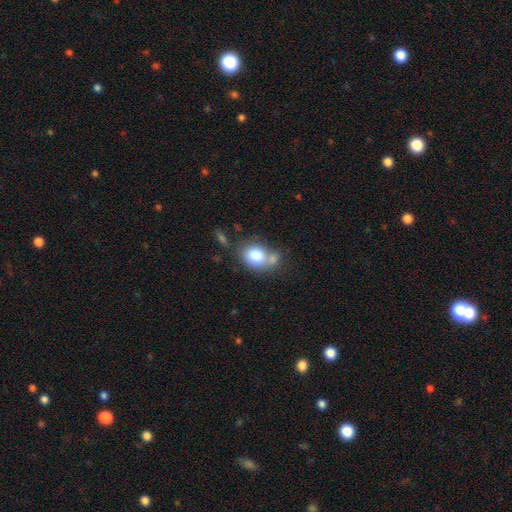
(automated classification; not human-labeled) Q: Smooth or featured?
A: smooth (79%); runner-up: featured or disk (12%)
Q: How rounded?
A: round (63%); runner-up: in between (36%)
Q: Merging?
A: none (45%); runner-up: merger (33%)